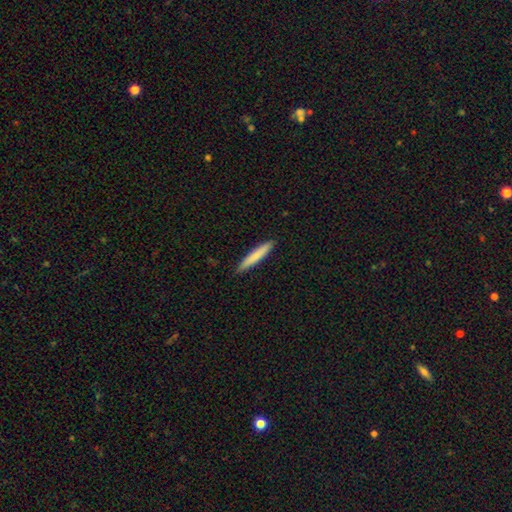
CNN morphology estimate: The model was most divided on "smooth or featured": smooth: 79%, featured or disk: 16%, star or artifact: 5%. More confident: how rounded — cigar-shaped (94%); merging — none (90%).